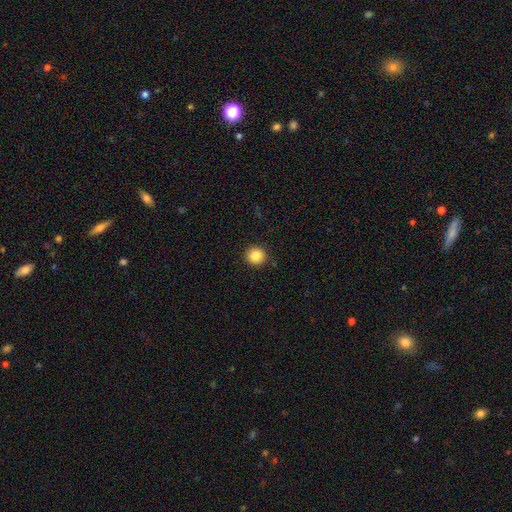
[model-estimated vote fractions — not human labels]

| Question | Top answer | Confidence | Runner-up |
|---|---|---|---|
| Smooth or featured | smooth | 86% | star or artifact (10%) |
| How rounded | round | 92% | in between (7%) |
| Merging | none | 90% | minor disturbance (7%) |